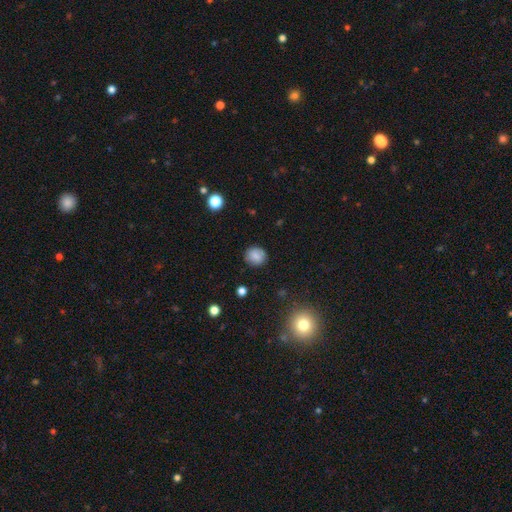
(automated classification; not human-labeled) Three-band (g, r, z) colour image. It shows a smooth galaxy with no disk features (84%) that is round (82%). Merging: none (86%).